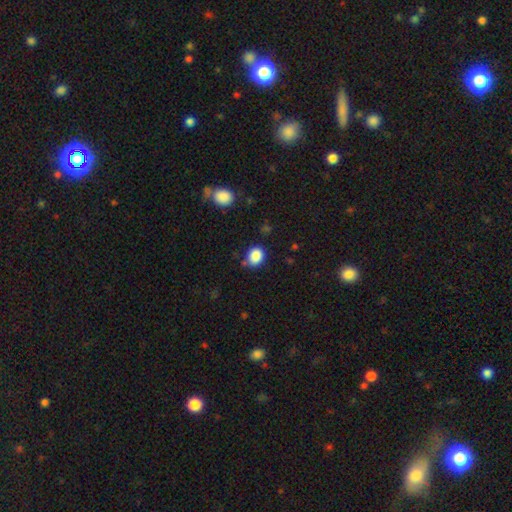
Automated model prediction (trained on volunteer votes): Smooth or featured: smooth — 87% (star or artifact — 9%)
How rounded: round — 60% (in between — 39%)
Merging: none — 77% (minor disturbance — 15%)